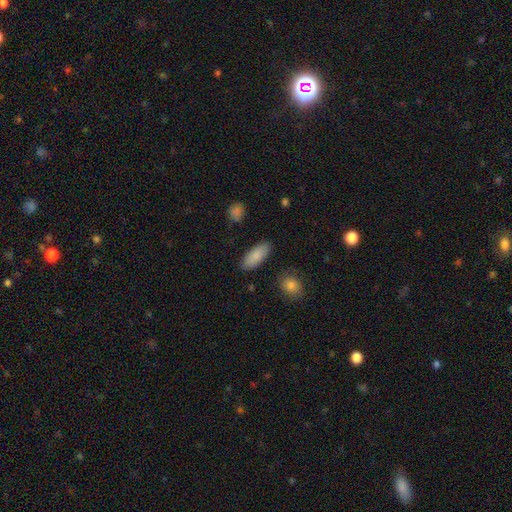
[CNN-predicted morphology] Smooth or featured? smooth (86%)
How rounded? in between (83%)
Merging? none (86%)